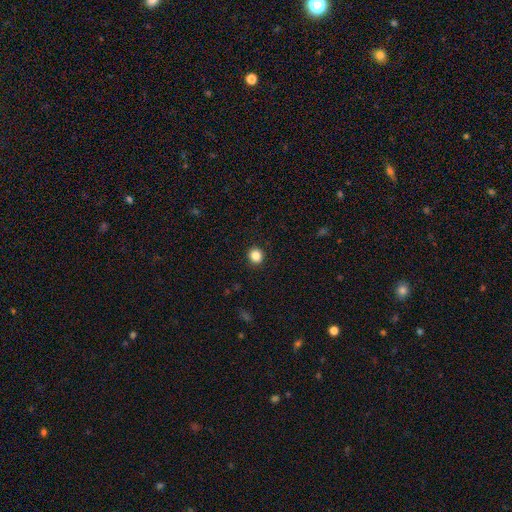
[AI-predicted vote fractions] This appears to be a smooth galaxy with no disk features (86%) that is round (89%). Merging: none (92%).